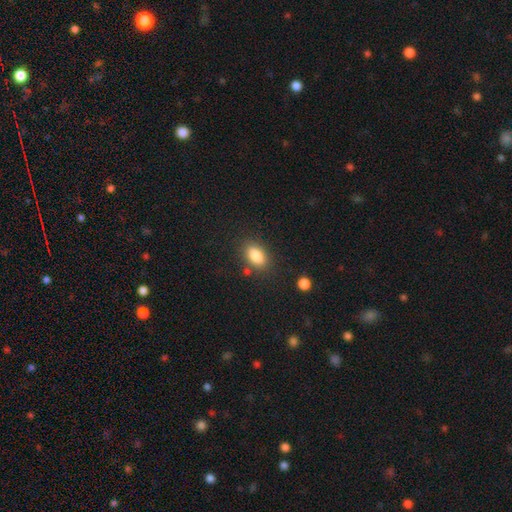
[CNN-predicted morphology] smooth-or-featured: smooth: 85% | star or artifact: 8% | featured or disk: 7%
  how-rounded: in between: 87% | round: 10% | cigar-shaped: 3%
  merging: none: 81% | minor disturbance: 12% | merger: 4% | major disturbance: 3%